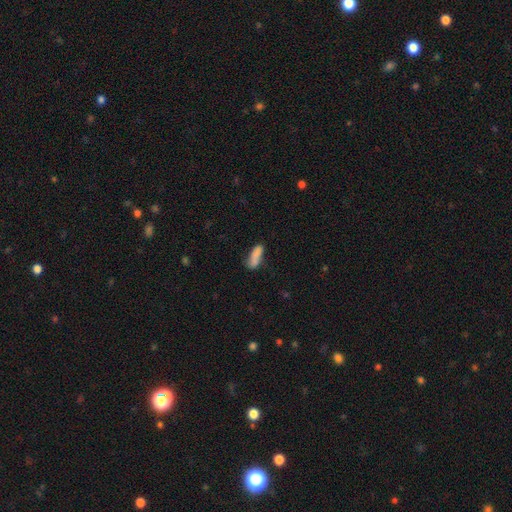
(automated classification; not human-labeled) Overall: smooth (82%). How rounded: in between (51%; cigar-shaped 47%). Merging: none (60%; minor disturbance 25%).